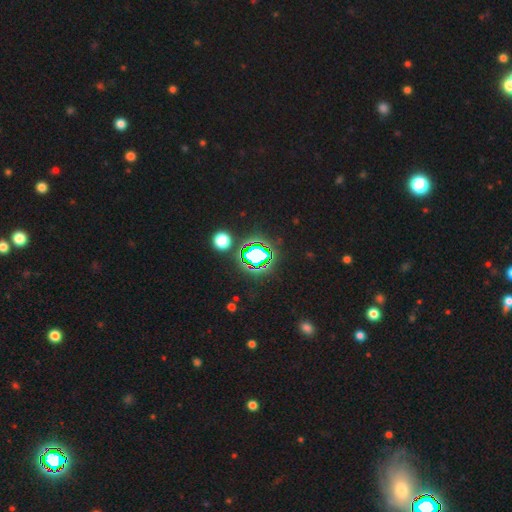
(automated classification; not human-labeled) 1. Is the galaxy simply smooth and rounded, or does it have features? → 80% star or artifact, 14% smooth, 7% featured or disk.